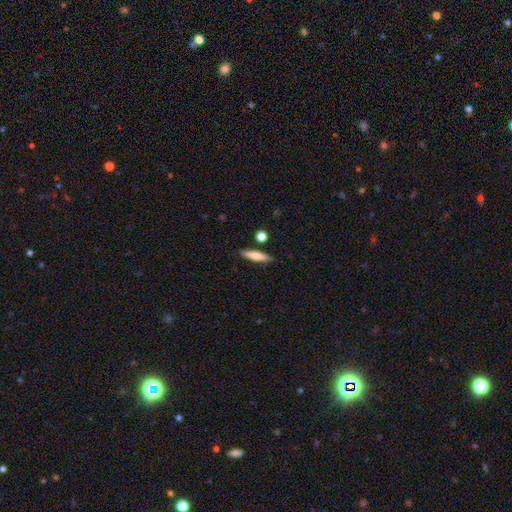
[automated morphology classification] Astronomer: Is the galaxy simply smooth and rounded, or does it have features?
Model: smooth — 73%.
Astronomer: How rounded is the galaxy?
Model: cigar-shaped — 78%.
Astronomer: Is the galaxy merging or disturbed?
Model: none — 85%.